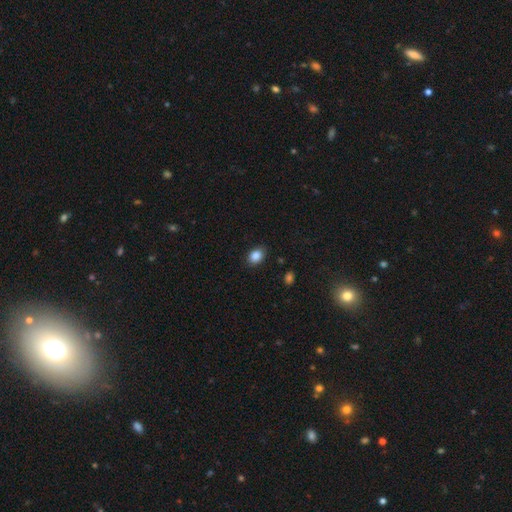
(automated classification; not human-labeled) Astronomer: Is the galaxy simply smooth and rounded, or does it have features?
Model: smooth — 86%.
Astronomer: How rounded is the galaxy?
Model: in between — 76%.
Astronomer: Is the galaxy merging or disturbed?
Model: none — 87%.